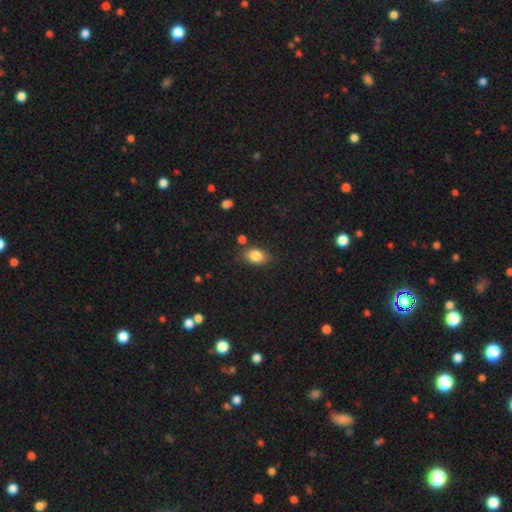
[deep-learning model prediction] Q: Smooth or featured?
A: smooth (84%); runner-up: star or artifact (9%)
Q: How rounded?
A: in between (80%); runner-up: round (18%)
Q: Merging?
A: none (78%); runner-up: minor disturbance (15%)